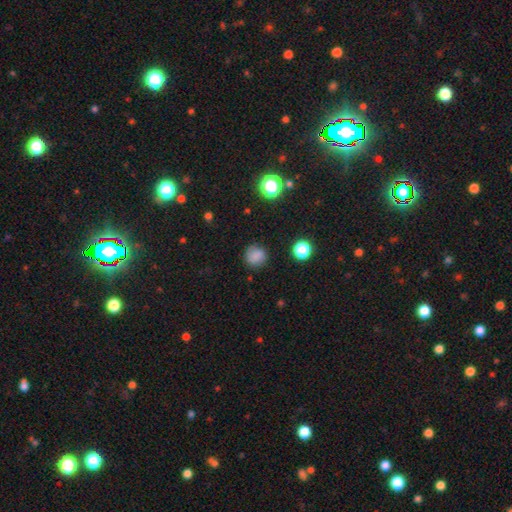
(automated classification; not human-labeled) Smooth or featured: smooth — 80% (star or artifact — 13%)
How rounded: round — 88% (in between — 11%)
Merging: none — 82% (minor disturbance — 13%)